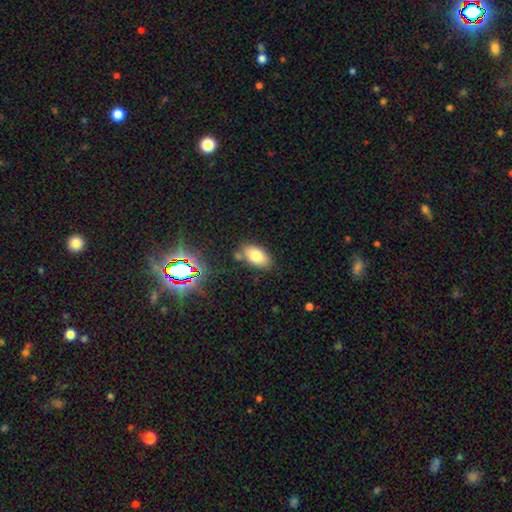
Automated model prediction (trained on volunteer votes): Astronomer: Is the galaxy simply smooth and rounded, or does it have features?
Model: smooth — 79%.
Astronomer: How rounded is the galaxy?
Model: in between — 92%.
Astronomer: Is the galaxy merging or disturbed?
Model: none — 74%.